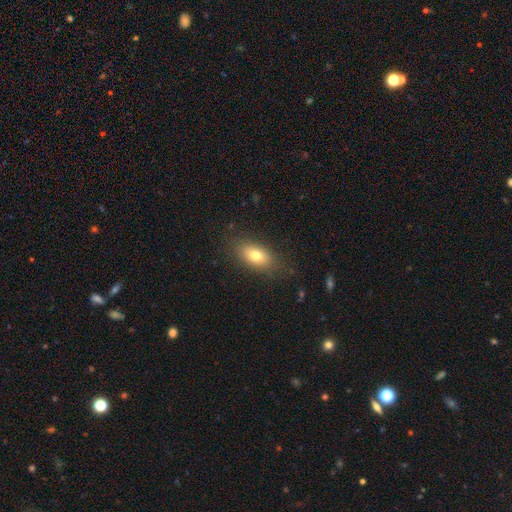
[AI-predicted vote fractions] The model was most divided on "smooth or featured": smooth: 75%, featured or disk: 16%, star or artifact: 9%. More confident: how rounded — in between (84%); merging — none (83%).